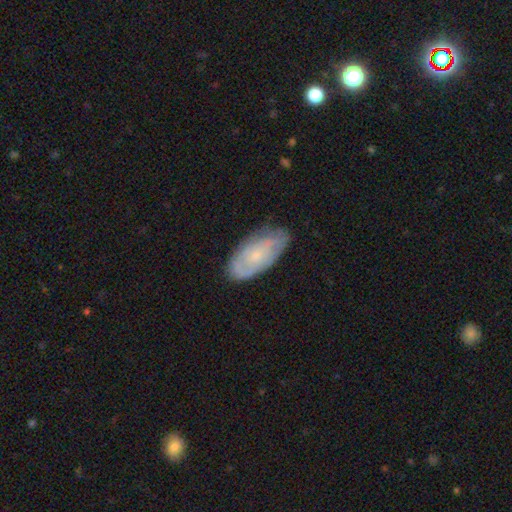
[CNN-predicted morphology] A featured or disk galaxy (55%) with no bar (78%), spiral arms (75%) and a small central bulge (70%).

Vote fractions:
- Smooth or featured? featured or disk: 55% / smooth: 39% / star or artifact: 7%
- Edge-on disk? no: 92% / yes: 8%
- Bar? no: 78% / weak: 19% / strong: 3%
- Spiral arms? yes: 75% / no: 25%
- Bulge size? small: 70% / moderate: 21% / none: 7% / large: 1% / dominant: 1%
- Merging? none: 75% / minor disturbance: 20% / major disturbance: 4% / merger: 1%